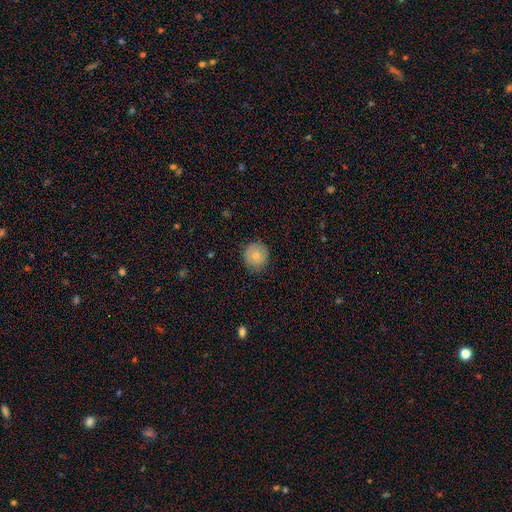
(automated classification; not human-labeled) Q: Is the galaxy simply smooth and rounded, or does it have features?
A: smooth — 71%.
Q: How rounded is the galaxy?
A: round — 91%.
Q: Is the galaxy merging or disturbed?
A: none — 84%.